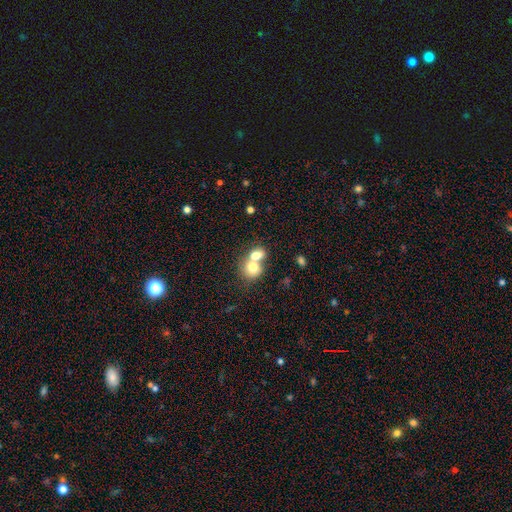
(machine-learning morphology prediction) Smooth or featured? Predicted: smooth (p=0.73). How rounded? Predicted: round (p=0.55). Merging? Predicted: merger (p=0.70).